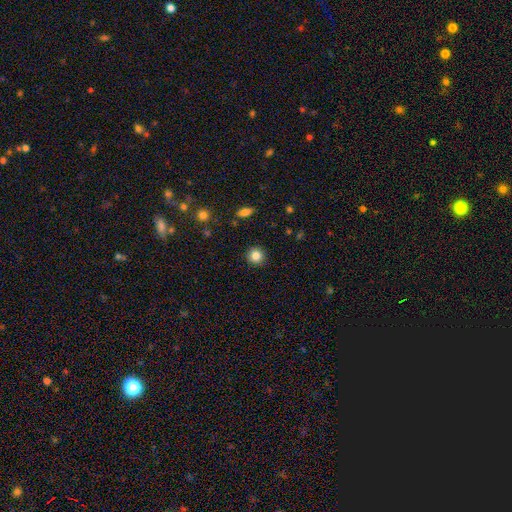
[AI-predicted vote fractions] Smooth or featured: smooth — 83% (star or artifact — 11%)
How rounded: round — 93% (in between — 6%)
Merging: none — 91% (minor disturbance — 6%)